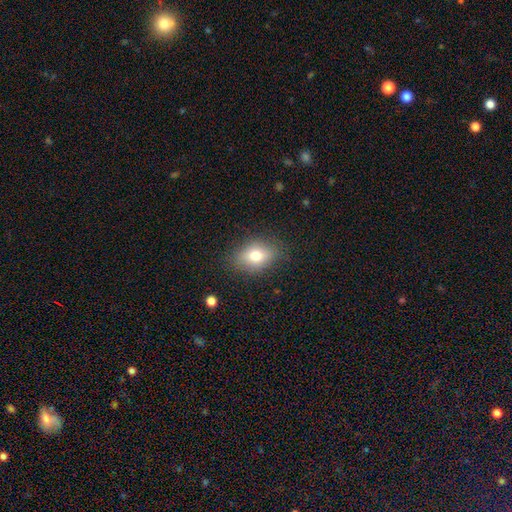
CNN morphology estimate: Smooth or featured? smooth (73%)
How rounded? in between (71%)
Merging? none (82%)